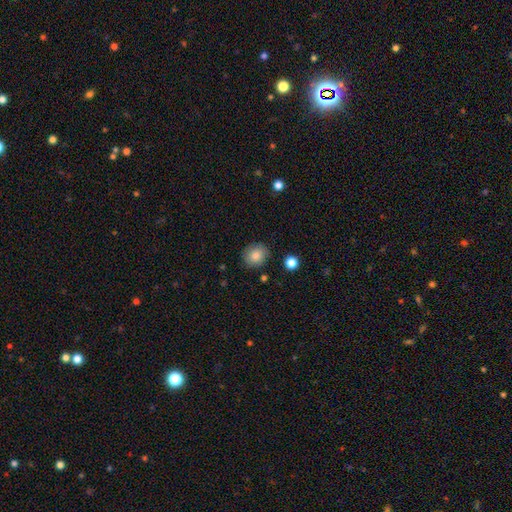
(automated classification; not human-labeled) Smooth or featured: smooth — 84% (star or artifact — 9%)
How rounded: round — 75% (in between — 24%)
Merging: none — 86% (minor disturbance — 10%)